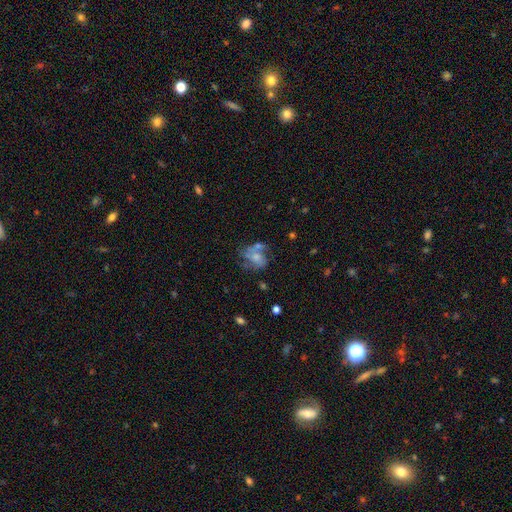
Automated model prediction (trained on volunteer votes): This appears to be a featured or disk galaxy (52%) with no bar (77%), spiral arms (59%) and a moderate central bulge (35%). Merging: none (33%).